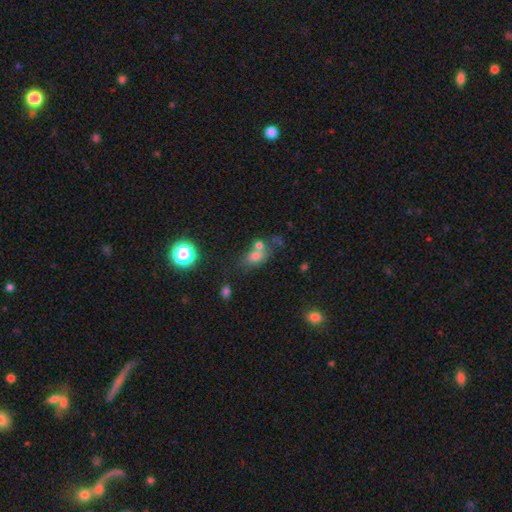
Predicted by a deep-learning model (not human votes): smooth 66%, star or artifact 18%, featured or disk 15%. Down the decision tree: how rounded — in between (68%); merging — merger (40%).